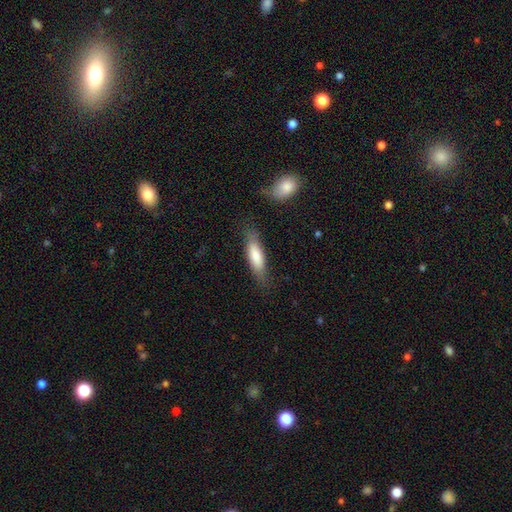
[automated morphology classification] smooth-or-featured: smooth: 72% | featured or disk: 22% | star or artifact: 6%
  how-rounded: cigar-shaped: 62% | in between: 37% | round: 2%
  merging: none: 76% | minor disturbance: 17% | major disturbance: 5% | merger: 3%